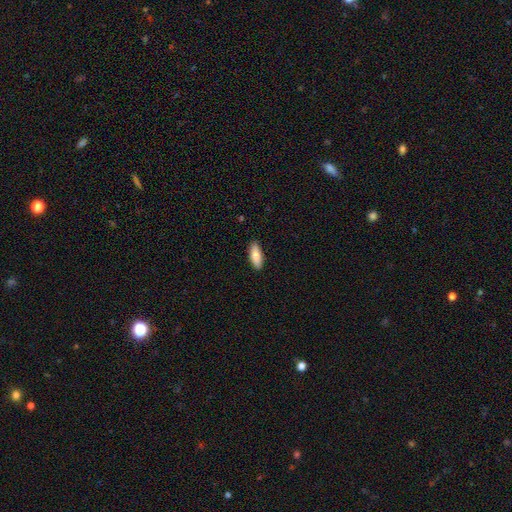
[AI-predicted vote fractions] Smooth or featured?
  - smooth: 83% *
  - featured or disk: 11%
  - star or artifact: 6%
How rounded?
  - in between: 69% *
  - cigar-shaped: 29%
  - round: 2%
Merging?
  - none: 90% *
  - minor disturbance: 8%
  - major disturbance: 2%
  - merger: 1%